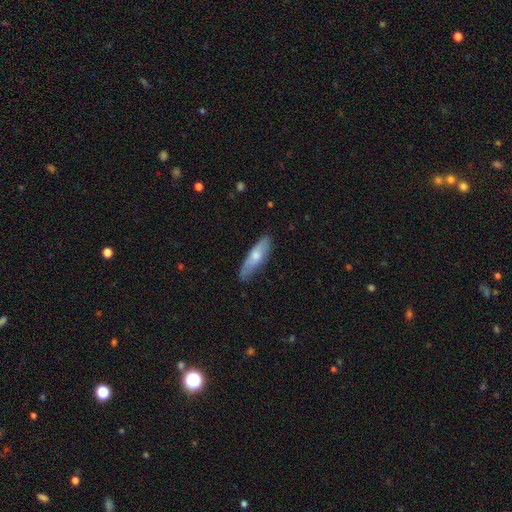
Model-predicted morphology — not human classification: smooth_or_featured: smooth (p=0.63) [alt: featured or disk p=0.31]
how_rounded: cigar-shaped (p=0.59) [alt: in between p=0.39]
merging: none (p=0.77) [alt: minor disturbance p=0.19]